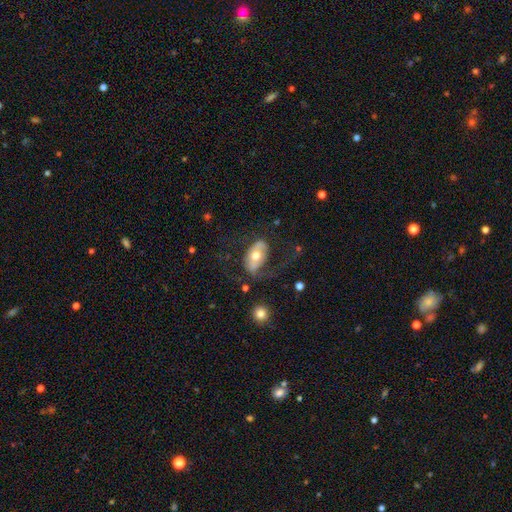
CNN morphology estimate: A featured or disk galaxy (51%).

Vote fractions:
- Smooth or featured? featured or disk: 51% / smooth: 43% / star or artifact: 6%
- Edge-on disk? no: 88% / yes: 12%
- Merging? none: 52% / major disturbance: 26% / minor disturbance: 20% / merger: 3%